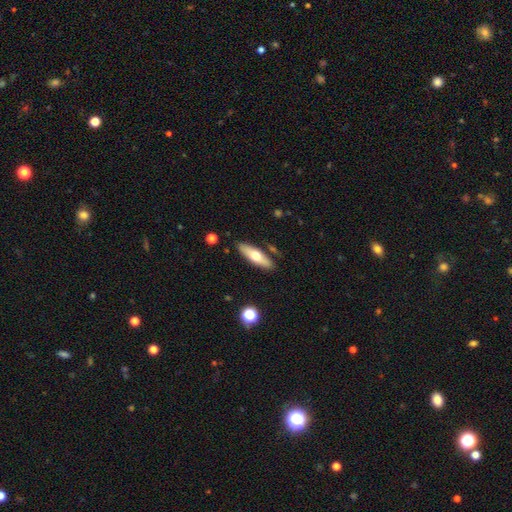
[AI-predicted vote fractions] A smooth galaxy with no disk features (57%) that is cigar-shaped (51%).

Vote fractions:
- Smooth or featured? smooth: 57% / featured or disk: 37% / star or artifact: 6%
- How rounded? cigar-shaped: 51% / in between: 46% / round: 2%
- Merging? none: 83% / minor disturbance: 11% / merger: 4% / major disturbance: 2%